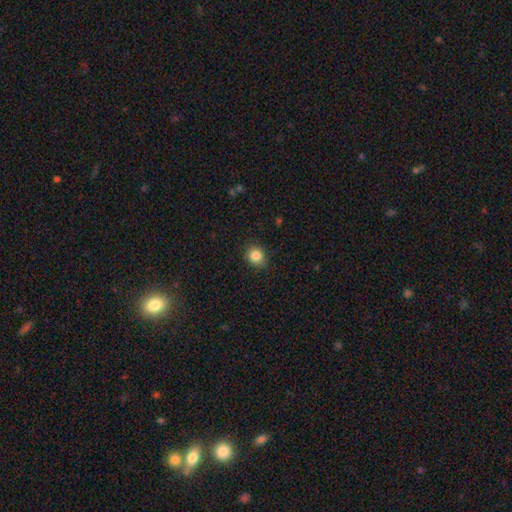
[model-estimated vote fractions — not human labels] Smooth or featured: smooth — 85% (star or artifact — 11%)
How rounded: round — 84% (in between — 16%)
Merging: none — 87% (minor disturbance — 10%)